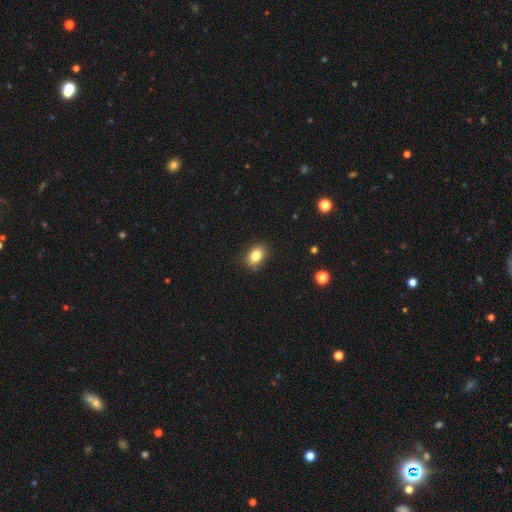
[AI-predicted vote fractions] This is clearly a smooth galaxy (82%). How rounded: likely in between (70%). Merging: clearly none (85%).